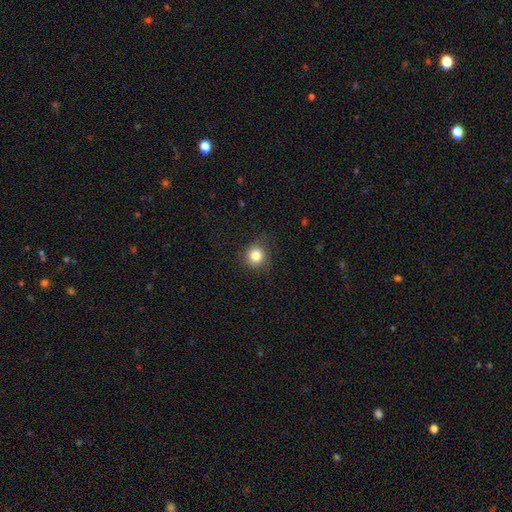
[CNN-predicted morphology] The model was most divided on "merging": none: 80%, minor disturbance: 14%, major disturbance: 4%, merger: 1%. More confident: how rounded — round (87%); smooth or featured — smooth (83%).